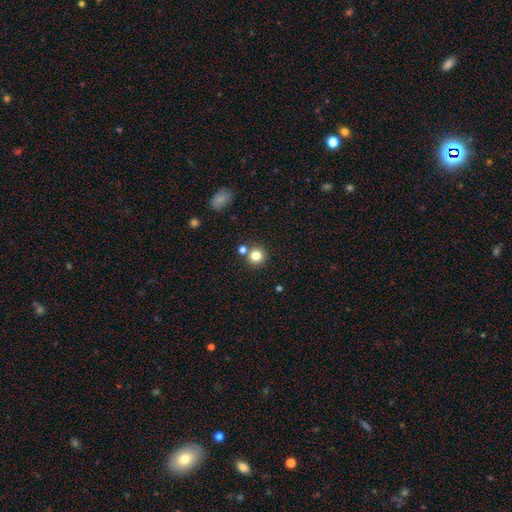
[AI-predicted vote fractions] Smooth or featured? Predicted: smooth (p=0.80). How rounded? Predicted: round (p=0.92). Merging? Predicted: none (p=0.77).